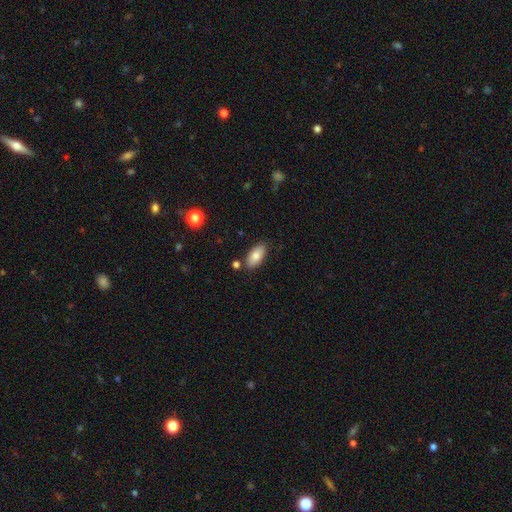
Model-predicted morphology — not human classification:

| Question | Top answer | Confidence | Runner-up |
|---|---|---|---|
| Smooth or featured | smooth | 79% | featured or disk (13%) |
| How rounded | in between | 91% | cigar-shaped (7%) |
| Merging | none | 83% | minor disturbance (11%) |